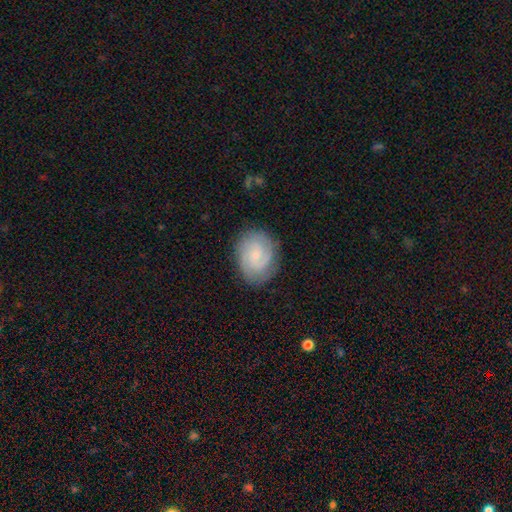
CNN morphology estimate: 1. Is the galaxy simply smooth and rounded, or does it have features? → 67% featured or disk, 26% smooth, 7% star or artifact.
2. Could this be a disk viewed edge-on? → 98% no, 2% yes.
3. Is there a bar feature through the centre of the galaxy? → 57% no, 38% weak, 5% strong.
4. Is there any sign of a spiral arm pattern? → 94% yes, 6% no.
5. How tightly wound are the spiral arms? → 50% tight, 39% medium, 11% loose.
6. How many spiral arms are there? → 53% 2, 20% can't tell, 15% 3, 5% 1, 4% 4, 3% more than 4.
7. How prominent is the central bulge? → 68% small, 17% moderate, 12% none, 2% large, 1% dominant.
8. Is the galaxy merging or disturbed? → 81% none, 14% minor disturbance, 4% major disturbance, 1% merger.